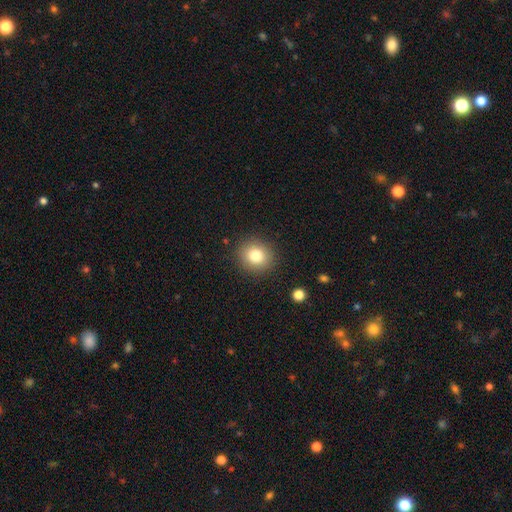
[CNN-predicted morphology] Smooth or featured?
  - smooth: 80% *
  - star or artifact: 11%
  - featured or disk: 9%
How rounded?
  - round: 83% *
  - in between: 16%
  - cigar-shaped: 1%
Merging?
  - none: 89% *
  - minor disturbance: 7%
  - major disturbance: 3%
  - merger: 1%